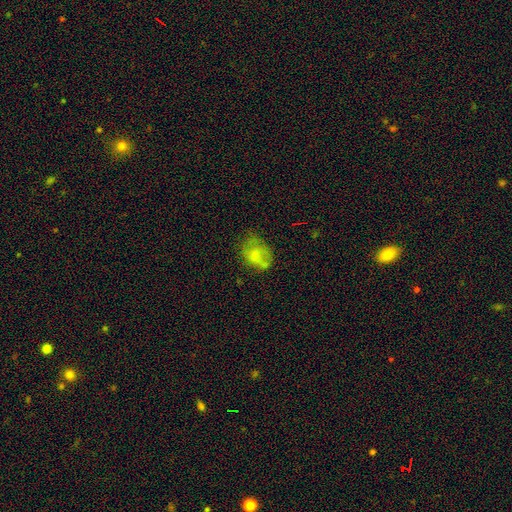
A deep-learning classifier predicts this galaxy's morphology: Overall: smooth (62%; featured or disk 27%). How rounded: in between (73%). Merging: none (38%; minor disturbance 30%).